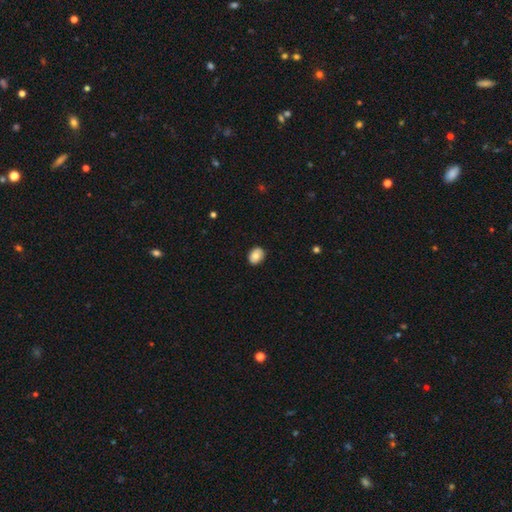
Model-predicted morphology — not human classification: Smooth or featured? smooth (78%)
How rounded? in between (56%)
Merging? none (85%)